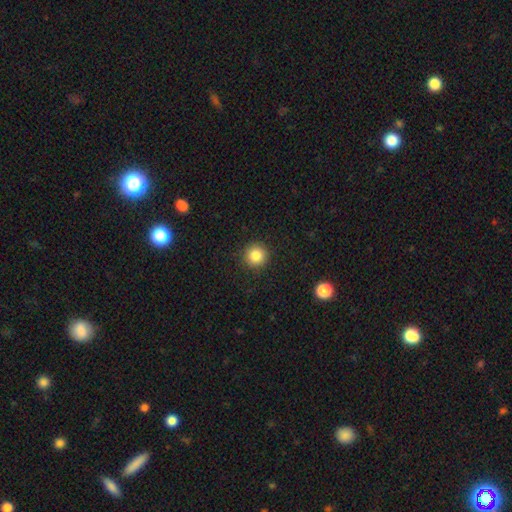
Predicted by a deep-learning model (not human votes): smooth_or_featured: smooth (p=0.84) [alt: star or artifact p=0.10]
how_rounded: round (p=0.95) [alt: in between p=0.04]
merging: none (p=0.92) [alt: minor disturbance p=0.05]